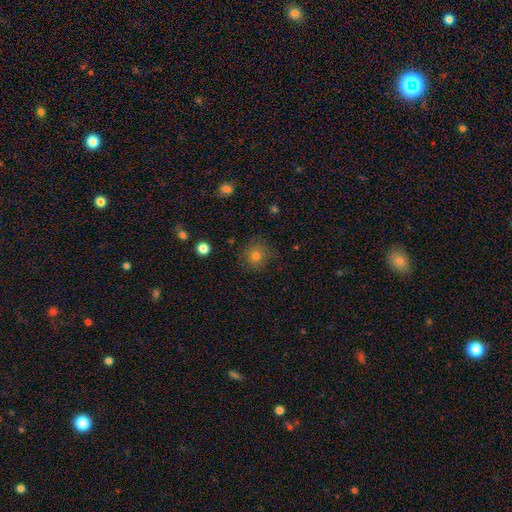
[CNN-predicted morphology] smooth-or-featured: smooth: 75% | star or artifact: 15% | featured or disk: 9%
  how-rounded: round: 92% | in between: 8% | cigar-shaped: 1%
  merging: none: 81% | minor disturbance: 13% | major disturbance: 5% | merger: 1%